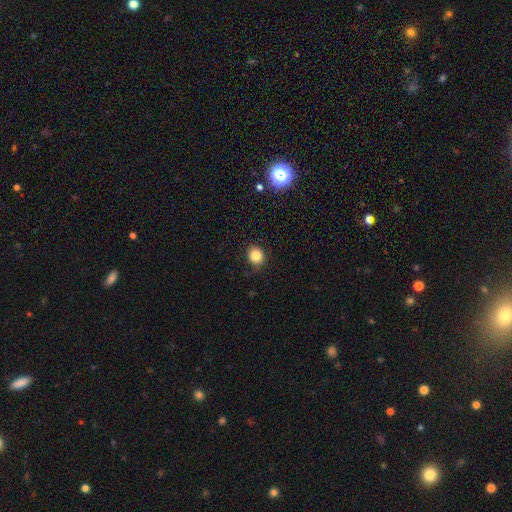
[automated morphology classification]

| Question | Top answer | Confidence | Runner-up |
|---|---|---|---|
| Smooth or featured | smooth | 83% | star or artifact (12%) |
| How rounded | round | 81% | in between (18%) |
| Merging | none | 85% | minor disturbance (11%) |